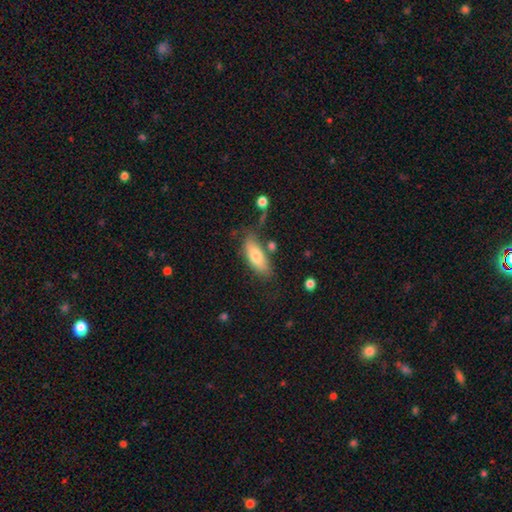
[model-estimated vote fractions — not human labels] Smooth or featured? Predicted: smooth (p=0.73). How rounded? Predicted: in between (p=0.75). Merging? Predicted: none (p=0.63).